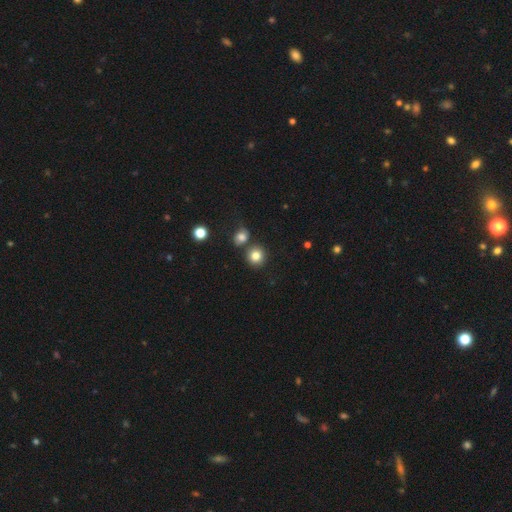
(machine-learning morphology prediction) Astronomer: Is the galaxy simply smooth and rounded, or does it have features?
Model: smooth — 82%.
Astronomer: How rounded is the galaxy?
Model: round — 88%.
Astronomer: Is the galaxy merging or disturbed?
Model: none — 75%.